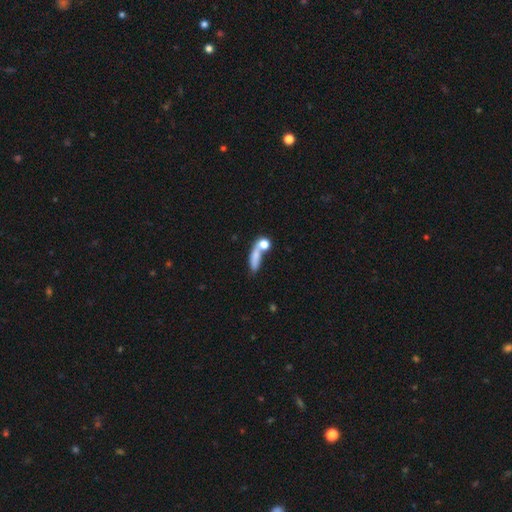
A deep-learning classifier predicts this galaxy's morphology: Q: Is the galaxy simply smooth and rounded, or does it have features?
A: smooth — 70%.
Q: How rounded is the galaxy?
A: cigar-shaped — 40%.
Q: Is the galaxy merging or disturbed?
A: none — 38%.